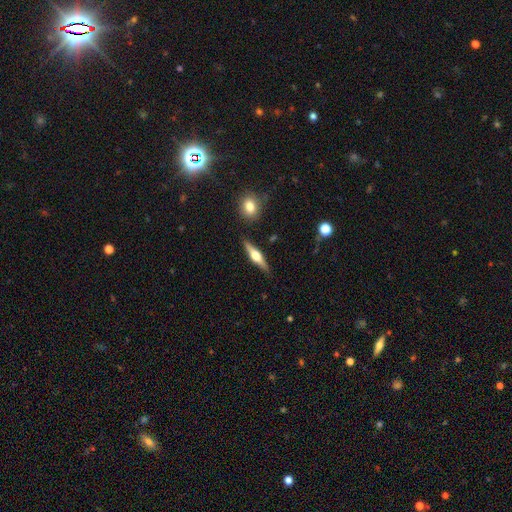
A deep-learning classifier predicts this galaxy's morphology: smooth_or_featured: featured or disk (p=0.66) [alt: smooth p=0.28]
disk_edge_on: yes (p=0.97) [alt: no p=0.03]
edge_on_bulge: rounded (p=0.92) [alt: boxy p=0.06]
merging: none (p=0.86) [alt: minor disturbance p=0.09]